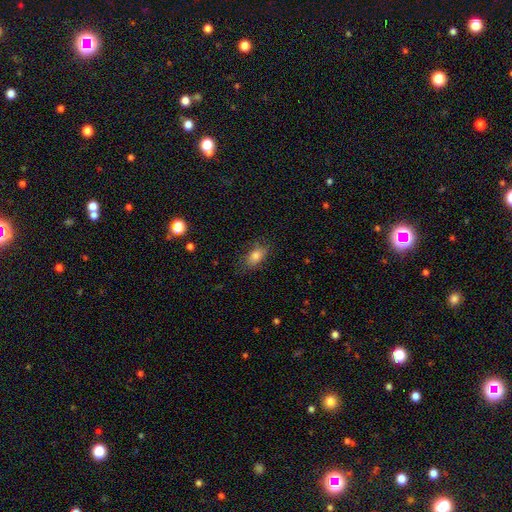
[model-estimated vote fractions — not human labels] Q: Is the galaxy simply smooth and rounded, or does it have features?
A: smooth — 80%.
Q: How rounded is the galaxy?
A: in between — 85%.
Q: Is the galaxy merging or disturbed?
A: none — 73%.